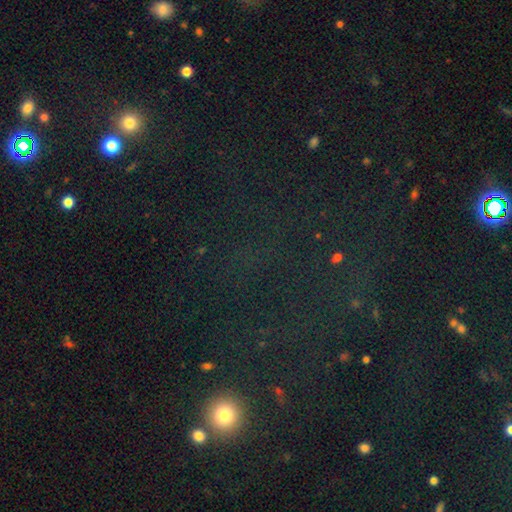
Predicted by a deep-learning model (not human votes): The model was most divided on "smooth or featured": star or artifact: 63%, smooth: 28%, featured or disk: 9%.